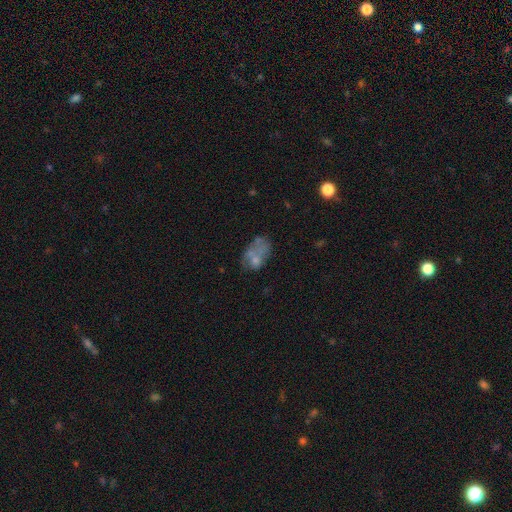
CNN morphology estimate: Q: Smooth or featured?
A: smooth (50%); runner-up: featured or disk (37%)
Q: Merging?
A: none (34%); runner-up: major disturbance (24%)